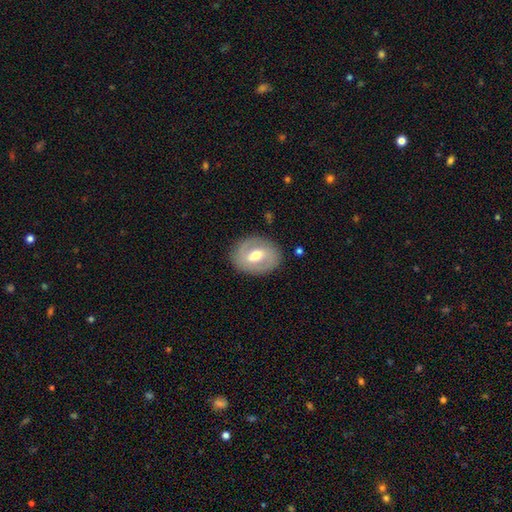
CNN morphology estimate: Q: Smooth or featured?
A: featured or disk (60%); runner-up: smooth (34%)
Q: Edge-on disk?
A: no (95%); runner-up: yes (5%)
Q: Bar?
A: weak (50%); runner-up: strong (27%)
Q: Spiral arms?
A: yes (61%); runner-up: no (39%)
Q: Bulge size?
A: moderate (71%); runner-up: small (15%)
Q: Merging?
A: none (83%); runner-up: minor disturbance (11%)